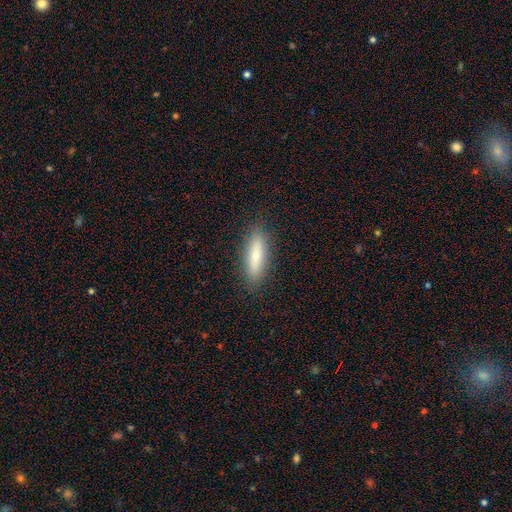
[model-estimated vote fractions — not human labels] A smooth galaxy with no disk features (74%) that is cigar-shaped (65%). Merging: none (89%).